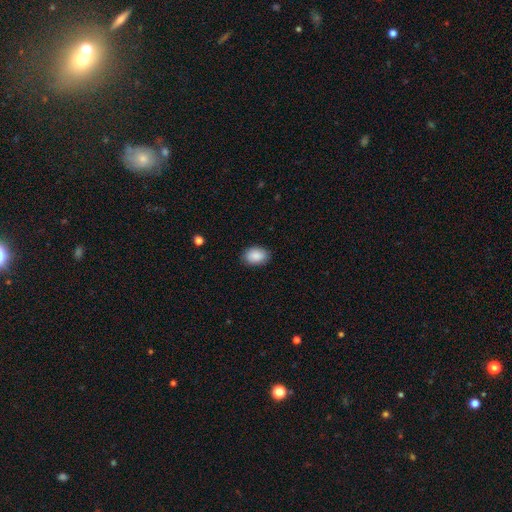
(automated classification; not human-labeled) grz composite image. It shows a smooth galaxy with no disk features (89%) that is in between round and cigar-shaped (83%). Merging: none (86%).